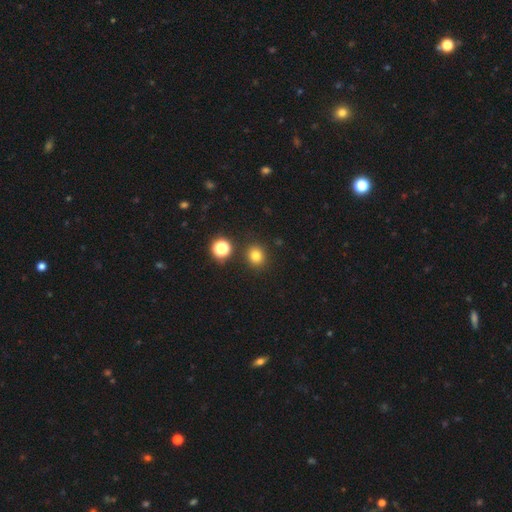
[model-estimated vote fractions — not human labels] Smooth or featured?
  - smooth: 79% *
  - star or artifact: 16%
  - featured or disk: 6%
How rounded?
  - round: 81% *
  - in between: 18%
  - cigar-shaped: 1%
Merging?
  - none: 87% *
  - minor disturbance: 7%
  - merger: 4%
  - major disturbance: 2%